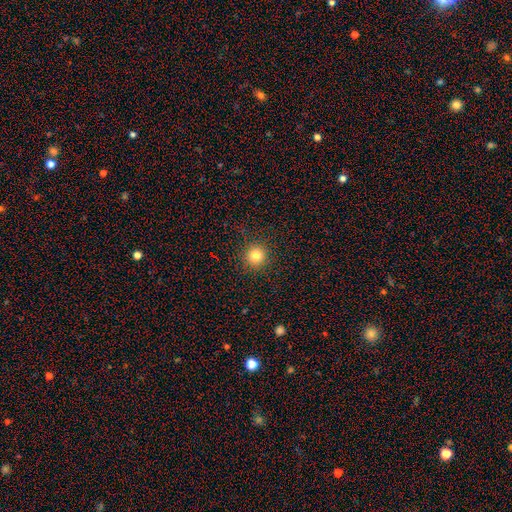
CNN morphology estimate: smooth_or_featured: smooth (p=0.81) [alt: star or artifact p=0.13]
how_rounded: round (p=0.95) [alt: in between p=0.04]
merging: none (p=0.92) [alt: minor disturbance p=0.05]